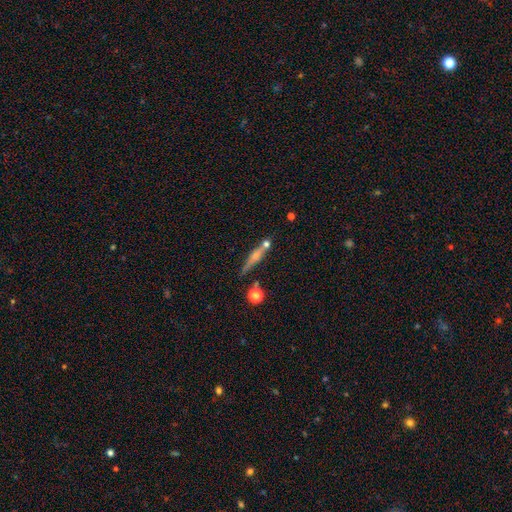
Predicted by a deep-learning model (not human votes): Smooth or featured?
  - featured or disk: 50% *
  - smooth: 40%
  - star or artifact: 10%
Edge-on disk?
  - yes: 93% *
  - no: 7%
Merging?
  - none: 69% *
  - merger: 14%
  - minor disturbance: 14%
  - major disturbance: 4%